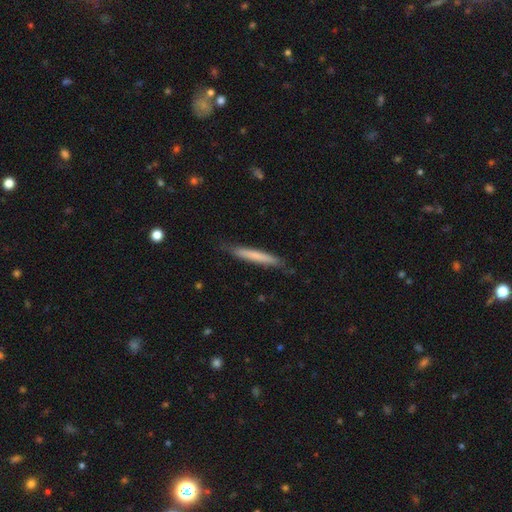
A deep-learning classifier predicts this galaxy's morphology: smooth 69%, featured or disk 26%, star or artifact 6%. Down the decision tree: how rounded — cigar-shaped (96%); merging — none (82%).